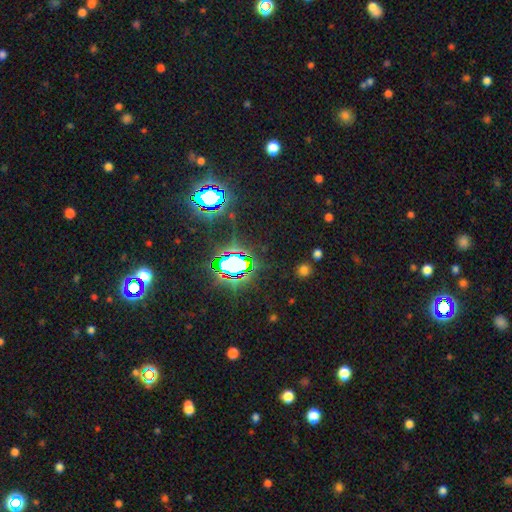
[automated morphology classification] Smooth or featured: star or artifact — 82% (smooth — 11%)